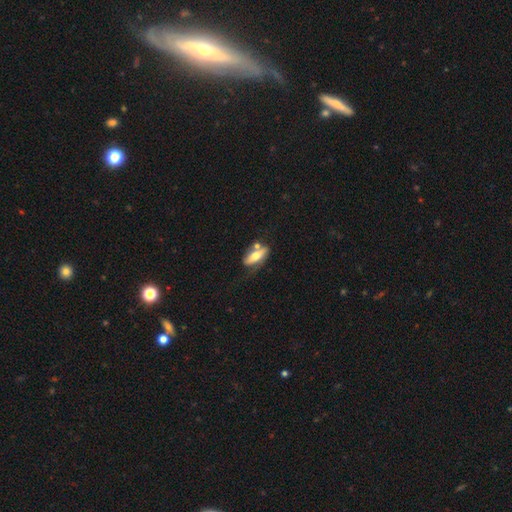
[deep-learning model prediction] Smooth or featured: smooth — 52% (featured or disk — 42%)
How rounded: in between — 69% (cigar-shaped — 27%)
Merging: none — 48% (minor disturbance — 23%)